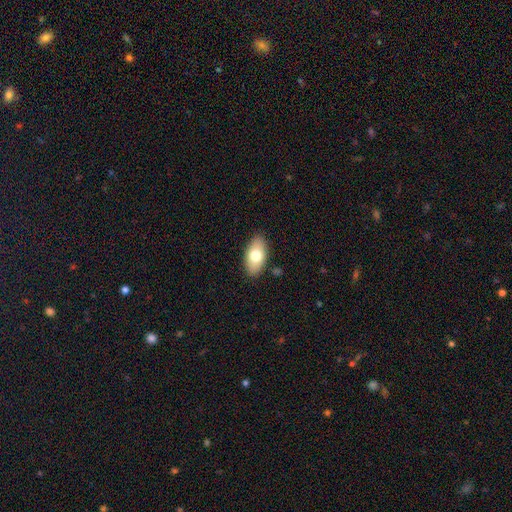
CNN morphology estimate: A smooth galaxy with no disk features (73%) that is in between round and cigar-shaped (93%). Merging: none (87%).